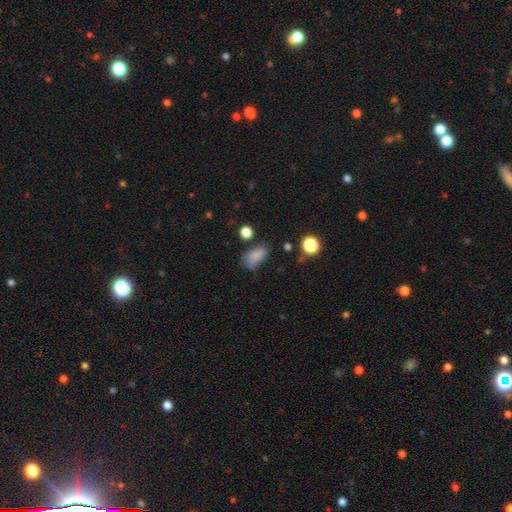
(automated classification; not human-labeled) smooth-or-featured: smooth: 81% | star or artifact: 11% | featured or disk: 8%
  how-rounded: in between: 90% | round: 7% | cigar-shaped: 3%
  merging: none: 54% | minor disturbance: 30% | major disturbance: 10% | merger: 5%